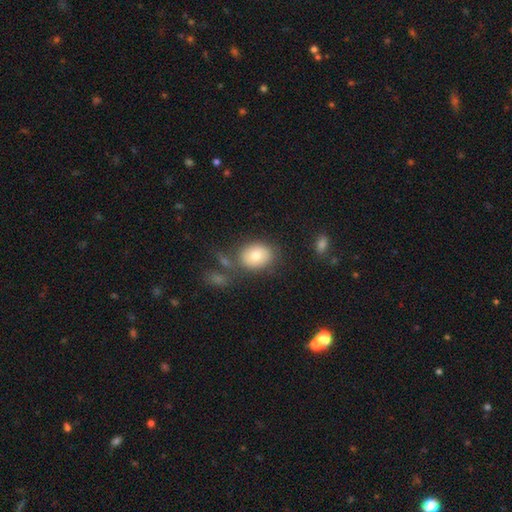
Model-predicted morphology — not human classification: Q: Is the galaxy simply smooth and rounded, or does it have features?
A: smooth — 77%.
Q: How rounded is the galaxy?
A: in between — 56%.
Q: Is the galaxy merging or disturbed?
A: none — 69%.